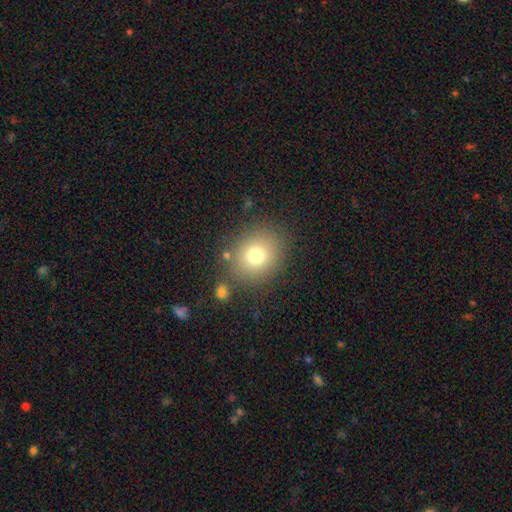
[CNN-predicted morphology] A smooth galaxy with no disk features (75%) that is round (71%).

Vote fractions:
- Smooth or featured? smooth: 75% / star or artifact: 13% / featured or disk: 12%
- How rounded? round: 71% / in between: 28% / cigar-shaped: 1%
- Merging? none: 80% / minor disturbance: 11% / merger: 5% / major disturbance: 4%